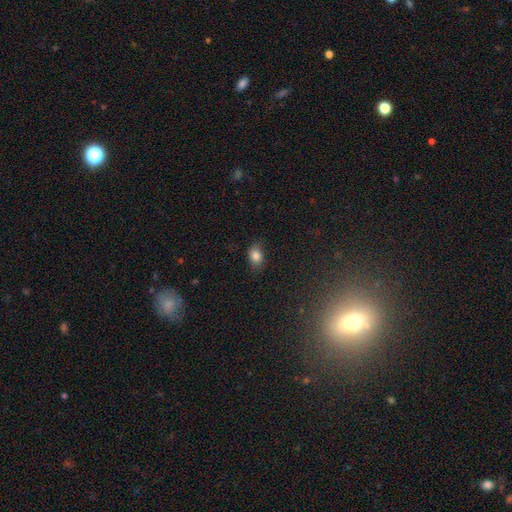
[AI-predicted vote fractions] This appears to be a smooth galaxy with no disk features (84%) that is in between round and cigar-shaped (70%). Merging: none (76%).